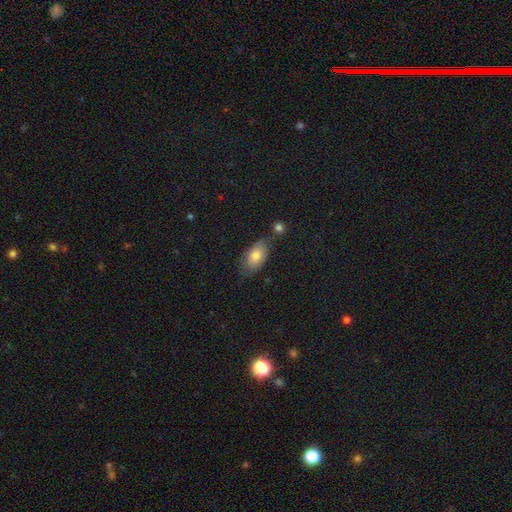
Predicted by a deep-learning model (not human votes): smooth 78%, featured or disk 14%, star or artifact 8%. Down the decision tree: how rounded — in between (90%); merging — none (62%).